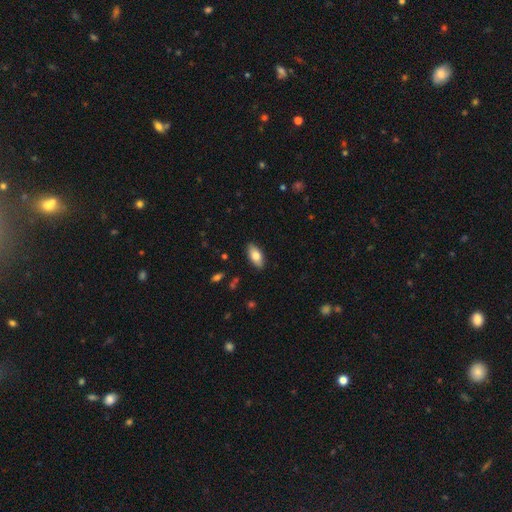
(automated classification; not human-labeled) Smooth or featured?
  - smooth: 78% *
  - featured or disk: 15%
  - star or artifact: 6%
How rounded?
  - in between: 89% *
  - cigar-shaped: 8%
  - round: 3%
Merging?
  - none: 87% *
  - minor disturbance: 10%
  - major disturbance: 2%
  - merger: 1%